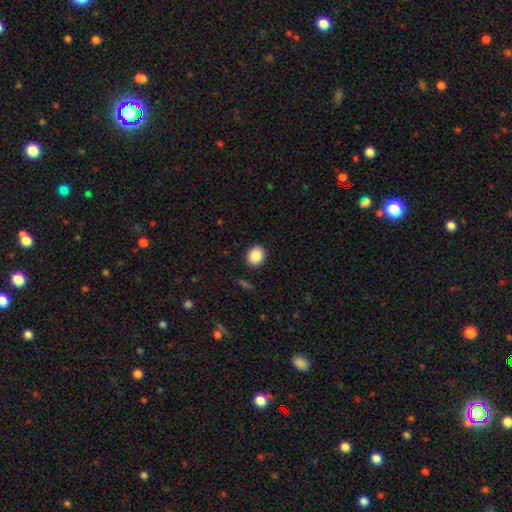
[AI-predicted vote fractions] The model was most divided on "how rounded": round: 71%, in between: 28%, cigar-shaped: 1%. More confident: merging — none (90%); smooth or featured — smooth (88%).